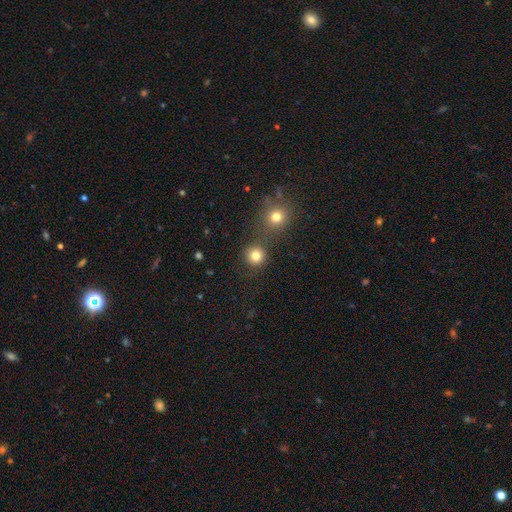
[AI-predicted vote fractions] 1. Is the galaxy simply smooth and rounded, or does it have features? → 81% smooth, 13% star or artifact, 6% featured or disk.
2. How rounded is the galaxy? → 92% round, 7% in between, 1% cigar-shaped.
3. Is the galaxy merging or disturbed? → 78% none, 13% merger, 7% minor disturbance, 3% major disturbance.